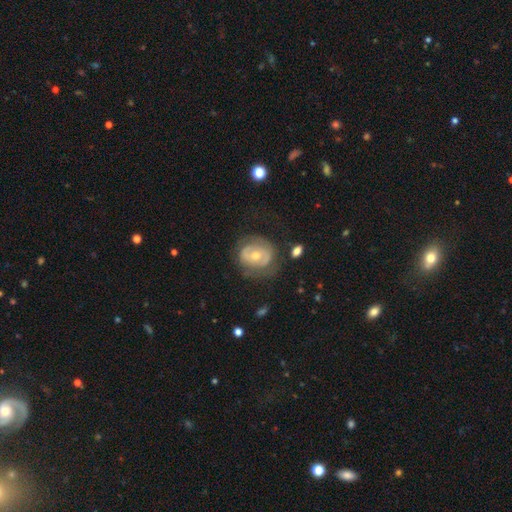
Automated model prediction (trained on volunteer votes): Smooth or featured?
  - featured or disk: 60% *
  - smooth: 34%
  - star or artifact: 7%
Edge-on disk?
  - no: 96% *
  - yes: 4%
Bar?
  - no: 53% *
  - weak: 32%
  - strong: 15%
Spiral arms?
  - no: 52% *
  - yes: 48%
Bulge size?
  - moderate: 60% *
  - small: 35%
  - large: 3%
  - none: 1%
  - dominant: 1%
Merging?
  - none: 63% *
  - minor disturbance: 21%
  - major disturbance: 14%
  - merger: 2%